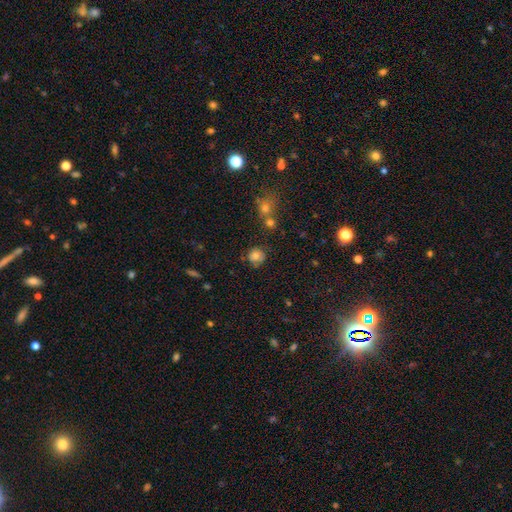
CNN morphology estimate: Smooth or featured?
  - smooth: 74% *
  - featured or disk: 14%
  - star or artifact: 12%
How rounded?
  - round: 88% *
  - in between: 11%
  - cigar-shaped: 1%
Merging?
  - none: 73% *
  - minor disturbance: 16%
  - merger: 6%
  - major disturbance: 4%